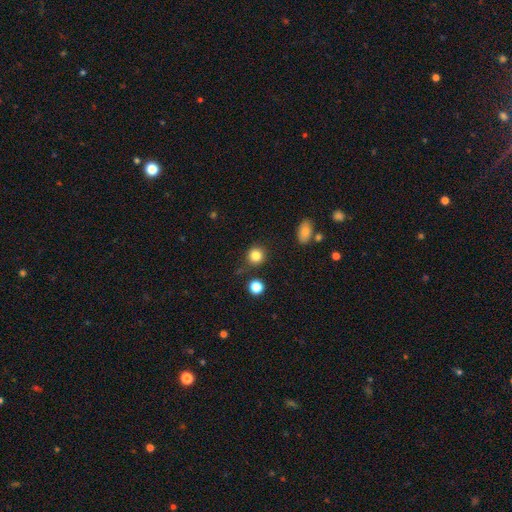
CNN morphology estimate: A smooth galaxy with no disk features (84%) that is round (90%).

Vote fractions:
- Smooth or featured? smooth: 84% / star or artifact: 11% / featured or disk: 5%
- How rounded? round: 90% / in between: 9% / cigar-shaped: 1%
- Merging? none: 80% / minor disturbance: 11% / merger: 5% / major disturbance: 4%